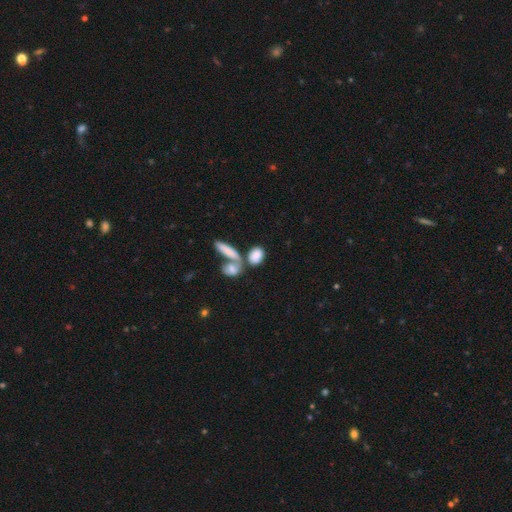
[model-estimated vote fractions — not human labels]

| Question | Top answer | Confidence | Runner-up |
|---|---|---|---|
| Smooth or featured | smooth | 79% | featured or disk (13%) |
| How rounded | in between | 79% | round (12%) |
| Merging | merger | 43% | none (38%) |